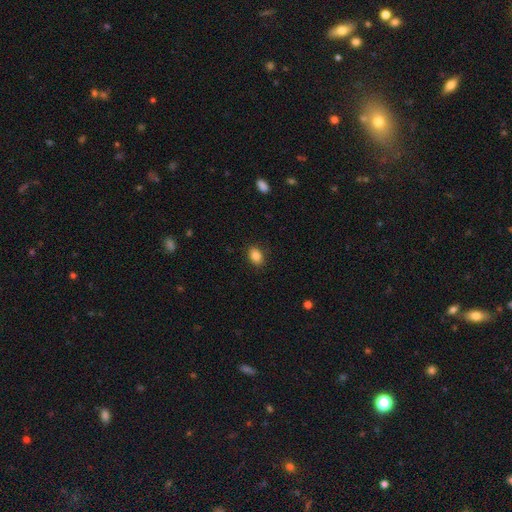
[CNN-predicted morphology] Smooth or featured?
  - smooth: 85% *
  - star or artifact: 9%
  - featured or disk: 6%
How rounded?
  - in between: 74% *
  - round: 25%
  - cigar-shaped: 1%
Merging?
  - none: 88% *
  - minor disturbance: 9%
  - major disturbance: 2%
  - merger: 1%